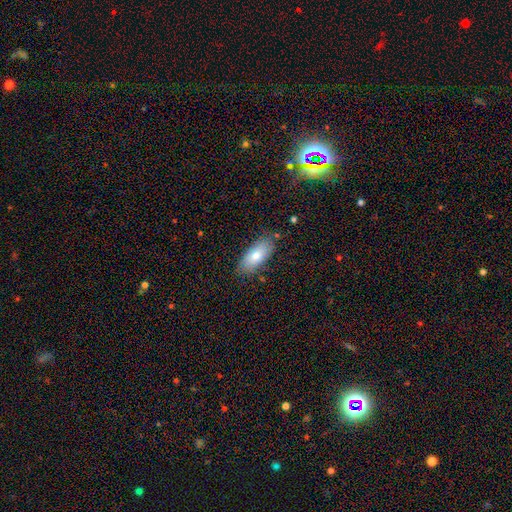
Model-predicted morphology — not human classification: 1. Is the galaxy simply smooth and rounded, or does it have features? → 77% smooth, 17% featured or disk, 7% star or artifact.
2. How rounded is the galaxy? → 84% in between, 13% cigar-shaped, 2% round.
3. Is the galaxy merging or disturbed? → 81% none, 14% minor disturbance, 3% major disturbance, 2% merger.